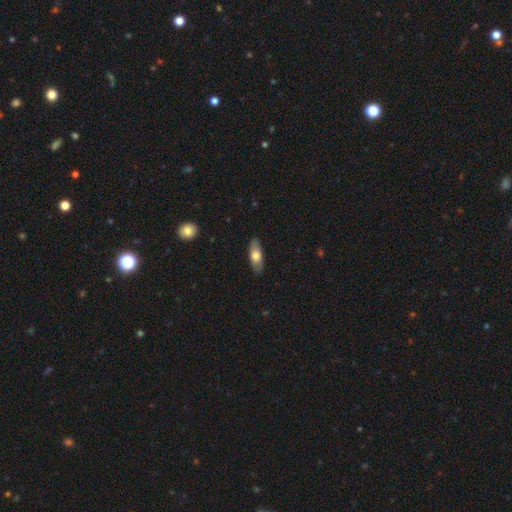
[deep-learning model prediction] This appears to be a smooth galaxy with no disk features (68%) that is in between round and cigar-shaped (71%). Merging: none (86%).